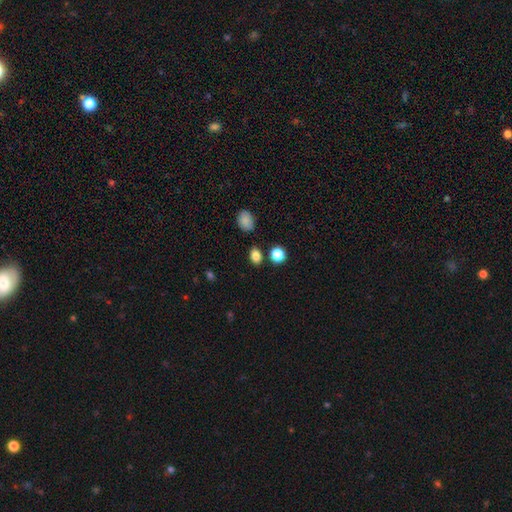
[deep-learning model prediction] Smooth or featured: smooth — 83% (star or artifact — 12%)
How rounded: in between — 62% (round — 36%)
Merging: none — 81% (minor disturbance — 10%)